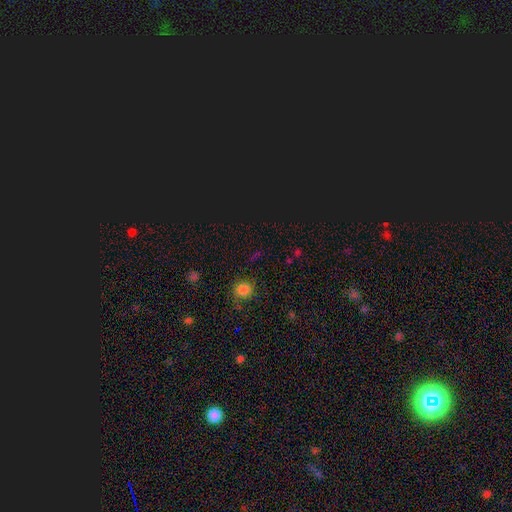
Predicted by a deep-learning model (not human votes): smooth_or_featured: star or artifact (p=0.58) [alt: smooth p=0.36]